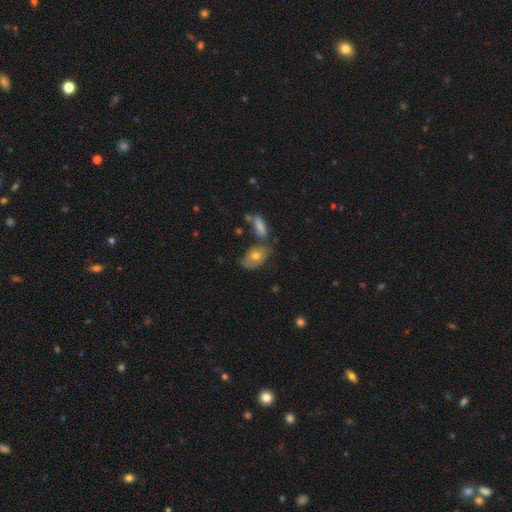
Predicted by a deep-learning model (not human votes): Morphology: type=smooth (69%); roundness=in between (87%); merging=none (52%).